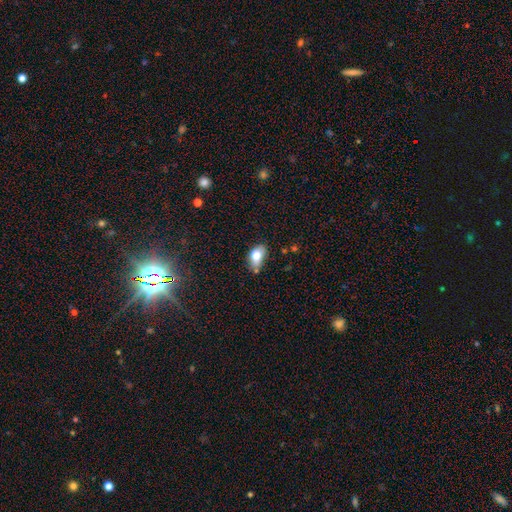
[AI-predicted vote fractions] This appears to be a smooth galaxy with no disk features (77%) that is in between round and cigar-shaped (86%). Merging: none (57%).